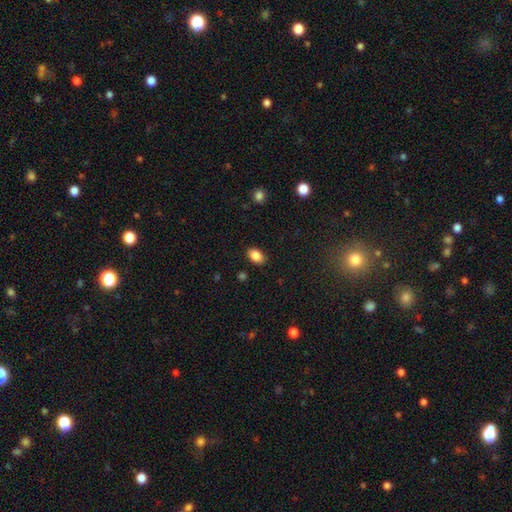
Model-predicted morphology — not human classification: Q: Smooth or featured?
A: smooth (87%); runner-up: star or artifact (8%)
Q: How rounded?
A: in between (87%); runner-up: round (12%)
Q: Merging?
A: none (87%); runner-up: minor disturbance (9%)